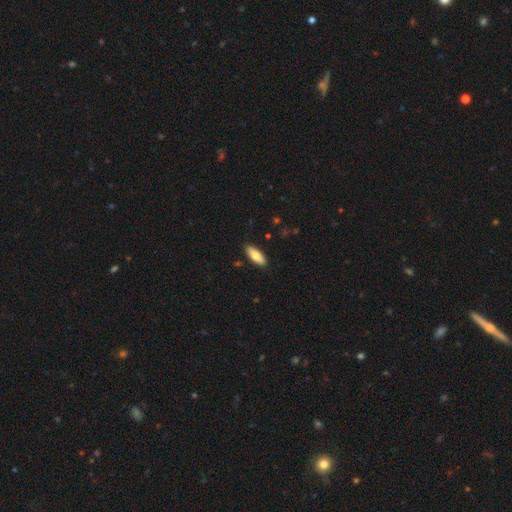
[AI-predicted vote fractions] A smooth galaxy with no disk features (76%) that is in between round and cigar-shaped (71%).

Vote fractions:
- Smooth or featured? smooth: 76% / featured or disk: 19% / star or artifact: 6%
- How rounded? in between: 71% / cigar-shaped: 27% / round: 2%
- Merging? none: 90% / minor disturbance: 8% / major disturbance: 2% / merger: 1%